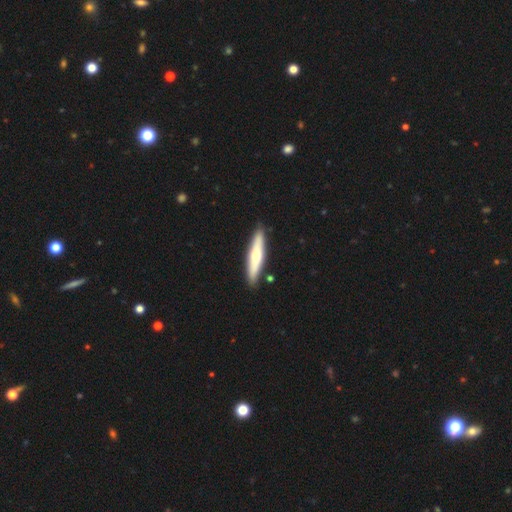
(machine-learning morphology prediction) smooth 57%, featured or disk 38%, star or artifact 5%. Down the decision tree: how rounded — cigar-shaped (84%); merging — none (87%).